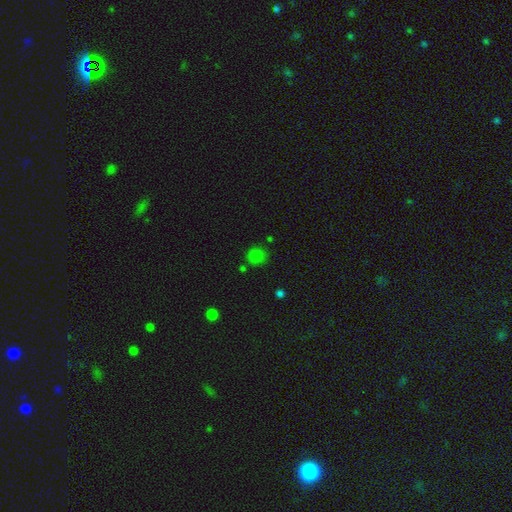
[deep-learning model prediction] smooth-or-featured: smooth: 76% | star or artifact: 20% | featured or disk: 4%
  how-rounded: round: 87% | in between: 12% | cigar-shaped: 1%
  merging: none: 78% | minor disturbance: 13% | merger: 5% | major disturbance: 4%